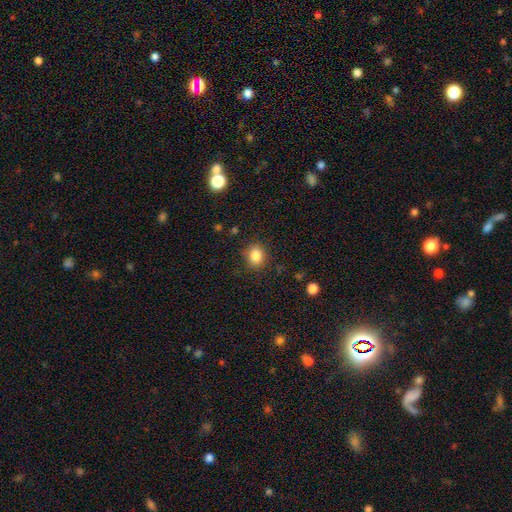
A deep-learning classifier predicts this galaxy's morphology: A smooth galaxy with no disk features (84%) that is round (64%). Merging: none (85%).